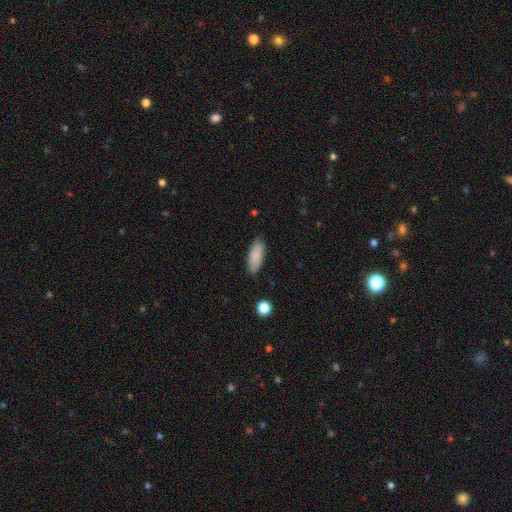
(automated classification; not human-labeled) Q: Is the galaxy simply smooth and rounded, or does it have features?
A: smooth — 87%.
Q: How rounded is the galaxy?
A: in between — 74%.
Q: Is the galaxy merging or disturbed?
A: none — 86%.